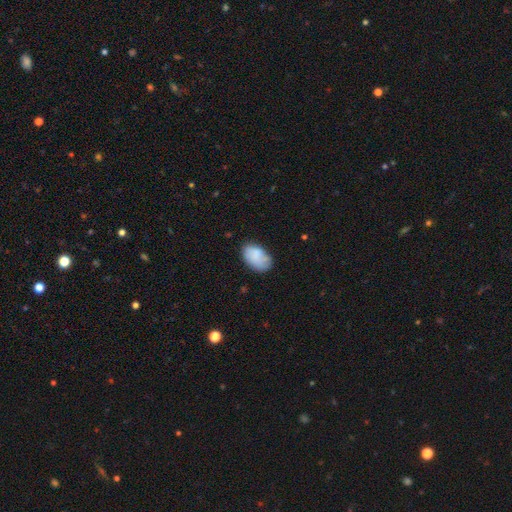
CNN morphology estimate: A smooth galaxy with no disk features (80%) that is in between round and cigar-shaped (91%). Merging: none (66%).